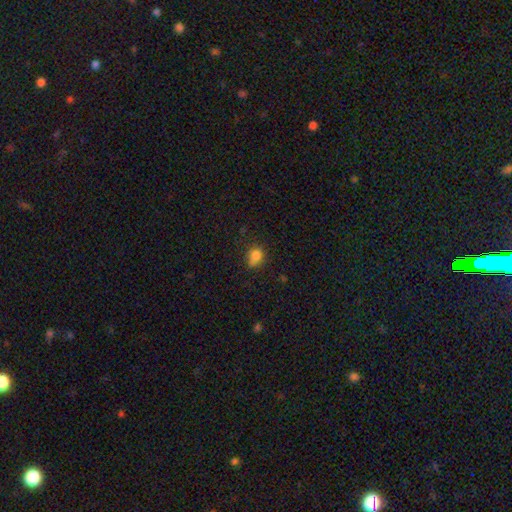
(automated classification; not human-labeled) smooth_or_featured: smooth (p=0.79) [alt: star or artifact p=0.12]
how_rounded: round (p=0.65) [alt: in between p=0.34]
merging: none (p=0.56) [alt: minor disturbance p=0.28]